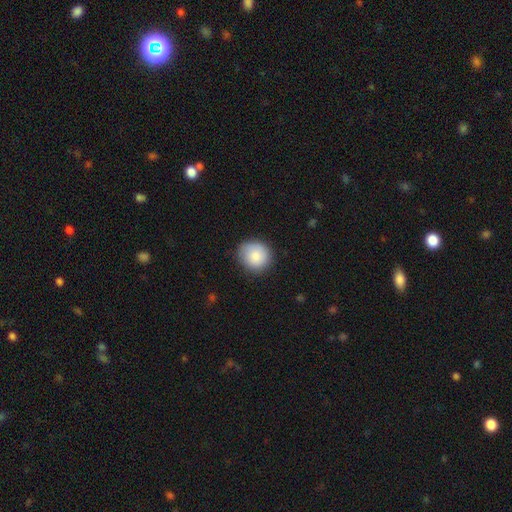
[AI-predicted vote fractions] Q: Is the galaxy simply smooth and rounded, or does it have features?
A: smooth — 84%.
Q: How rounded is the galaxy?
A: round — 86%.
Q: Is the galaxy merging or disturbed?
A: none — 81%.